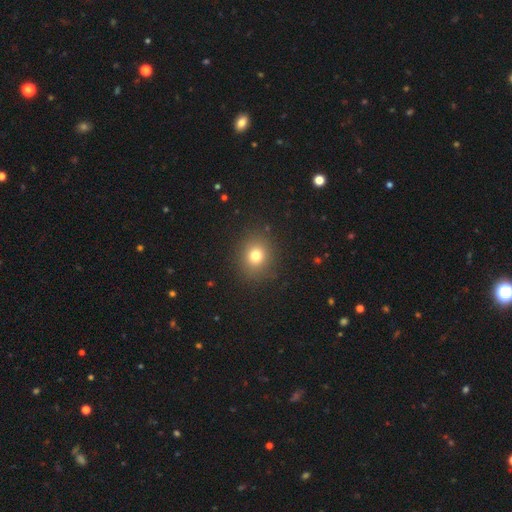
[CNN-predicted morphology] Overall: smooth (77%). How rounded: round (74%). Merging: none (88%).